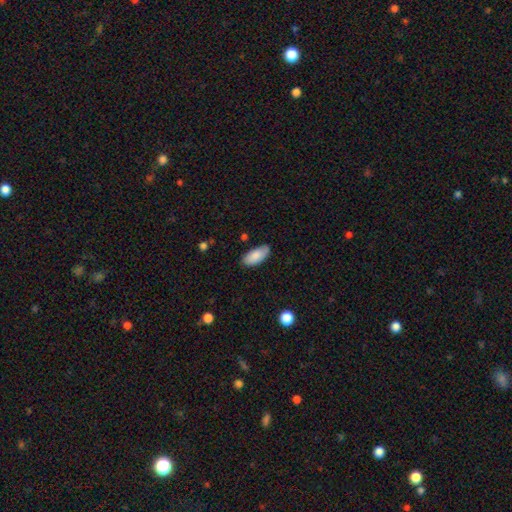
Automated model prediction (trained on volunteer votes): Q: Smooth or featured?
A: smooth (87%); runner-up: featured or disk (7%)
Q: How rounded?
A: in between (91%); runner-up: cigar-shaped (7%)
Q: Merging?
A: none (80%); runner-up: minor disturbance (16%)